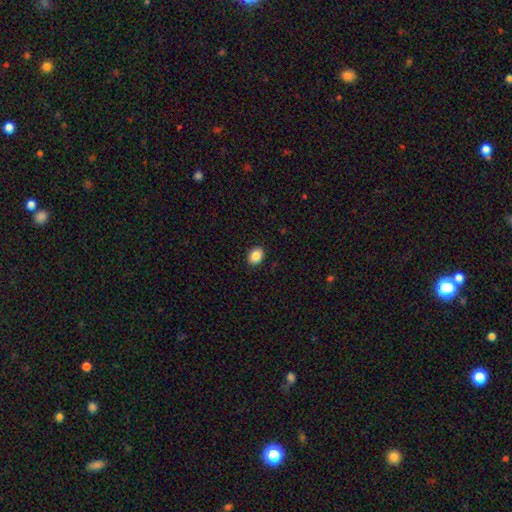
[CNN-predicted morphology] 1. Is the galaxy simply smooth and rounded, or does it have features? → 88% smooth, 8% star or artifact, 4% featured or disk.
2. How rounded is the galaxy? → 52% in between, 47% round, 1% cigar-shaped.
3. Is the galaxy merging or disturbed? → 91% none, 7% minor disturbance, 2% major disturbance, 1% merger.